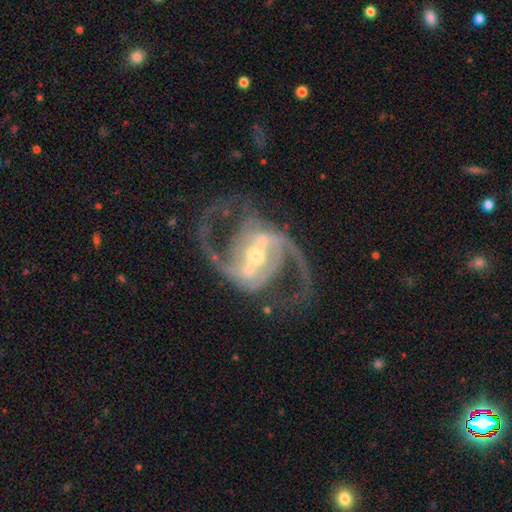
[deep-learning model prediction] The model was most divided on "bulge size": small: 49%, moderate: 46%, large: 3%, none: 1%, dominant: 1%. More confident: spiral arms — yes (98%); edge-on disk — no (97%); smooth or featured — featured or disk (93%); spiral arm count — 2 (91%); merging — none (73%); bar — strong (67%); spiral winding — medium (59%).